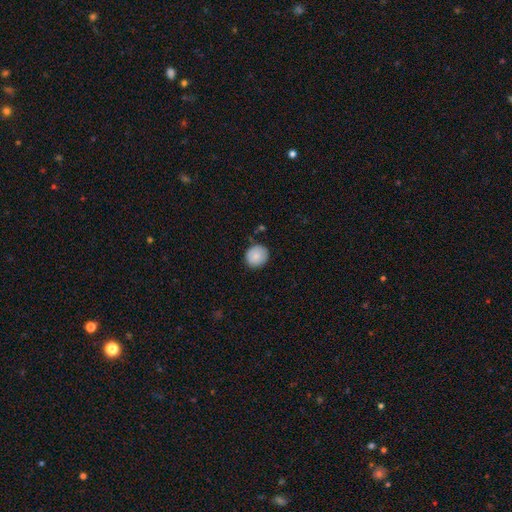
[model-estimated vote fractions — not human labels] Q: Smooth or featured?
A: smooth (84%); runner-up: featured or disk (9%)
Q: How rounded?
A: round (87%); runner-up: in between (12%)
Q: Merging?
A: none (83%); runner-up: minor disturbance (12%)